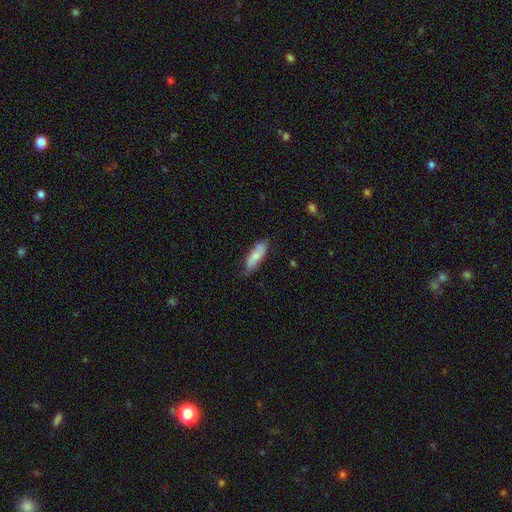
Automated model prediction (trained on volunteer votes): Overall: smooth (73%). How rounded: in between (54%; cigar-shaped 44%). Merging: none (72%).